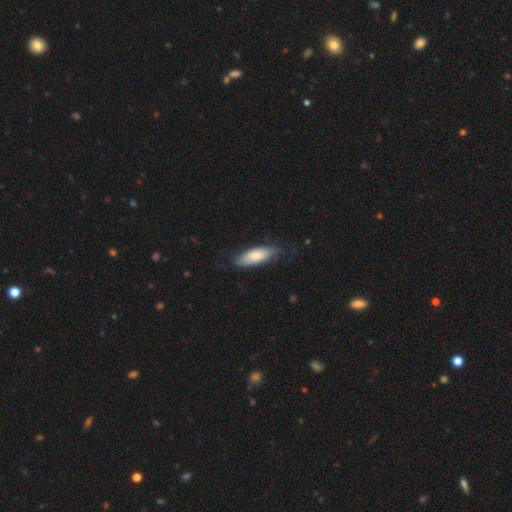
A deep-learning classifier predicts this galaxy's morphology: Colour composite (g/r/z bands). It shows a smooth galaxy with no disk features (77%) that is in between round and cigar-shaped (68%). Merging: none (71%).